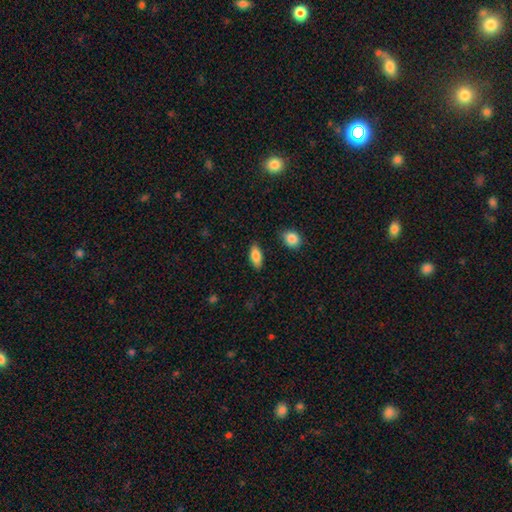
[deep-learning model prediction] Q: Smooth or featured?
A: smooth (84%); runner-up: featured or disk (10%)
Q: How rounded?
A: in between (85%); runner-up: cigar-shaped (13%)
Q: Merging?
A: none (85%); runner-up: minor disturbance (11%)